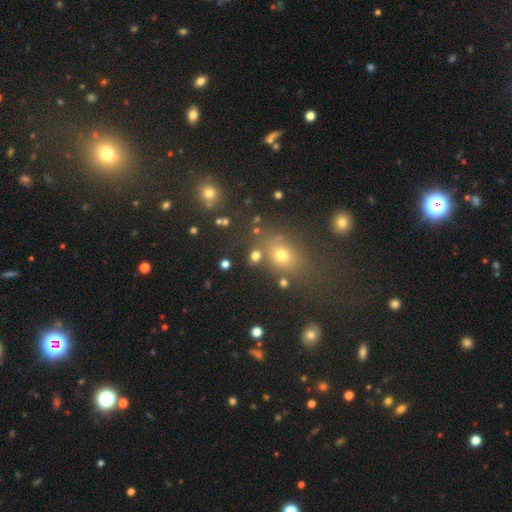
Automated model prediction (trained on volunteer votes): Q: Smooth or featured?
A: smooth (70%); runner-up: star or artifact (20%)
Q: How rounded?
A: round (55%); runner-up: in between (43%)
Q: Merging?
A: none (73%); runner-up: minor disturbance (11%)